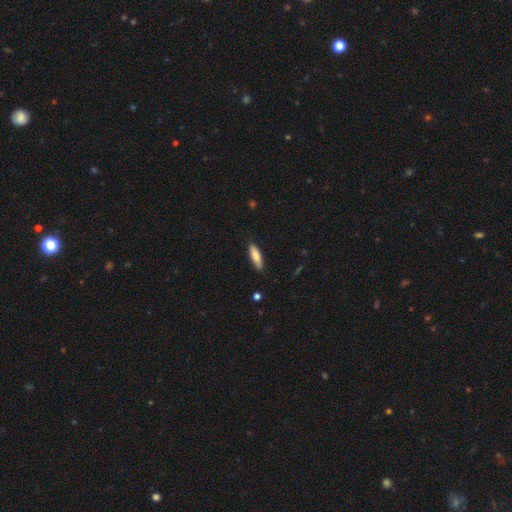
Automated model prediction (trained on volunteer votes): smooth-or-featured: smooth: 81% | featured or disk: 14% | star or artifact: 6%
  how-rounded: cigar-shaped: 53% | in between: 46% | round: 2%
  merging: none: 84% | minor disturbance: 13% | major disturbance: 2% | merger: 1%